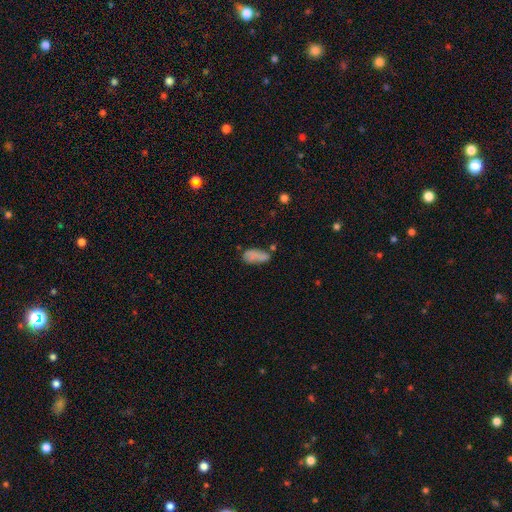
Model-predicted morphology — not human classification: A smooth galaxy with no disk features (77%) that is in between round and cigar-shaped (83%).

Vote fractions:
- Smooth or featured? smooth: 77% / featured or disk: 13% / star or artifact: 10%
- How rounded? in between: 83% / cigar-shaped: 13% / round: 3%
- Merging? none: 45% / minor disturbance: 27% / merger: 14% / major disturbance: 14%